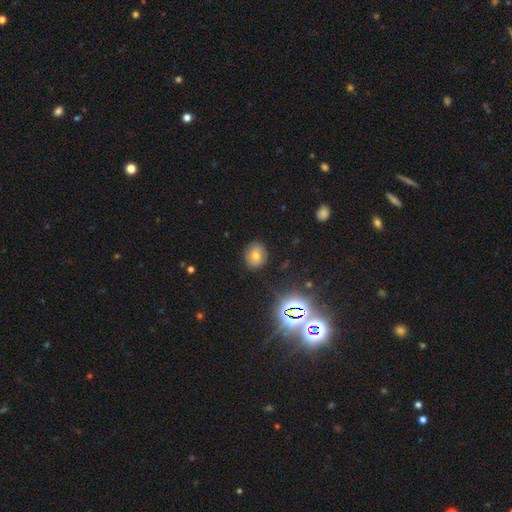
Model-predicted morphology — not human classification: smooth_or_featured: smooth (p=0.55) [alt: star or artifact p=0.27]
how_rounded: round (p=0.68) [alt: in between p=0.31]
merging: none (p=0.85) [alt: minor disturbance p=0.10]